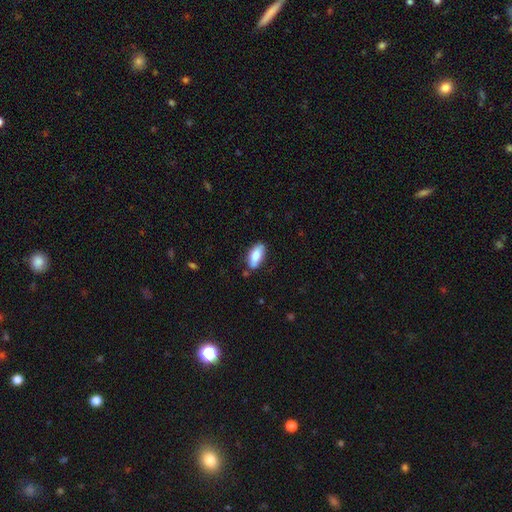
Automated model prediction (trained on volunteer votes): This is clearly a smooth galaxy (80%). How rounded: clearly in between (86%). Merging: likely none (78%).